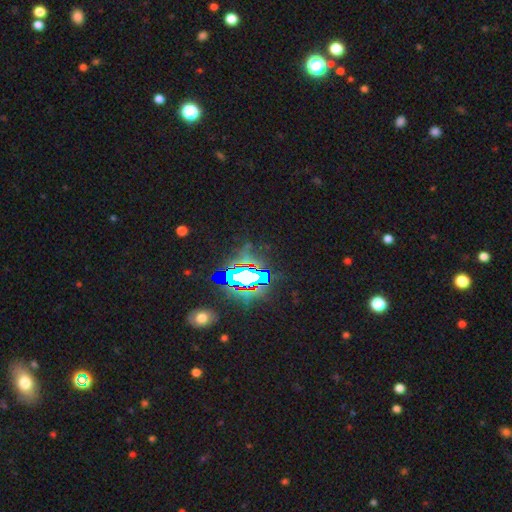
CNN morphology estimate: Smooth or featured?
  - star or artifact: 83% *
  - smooth: 9%
  - featured or disk: 8%